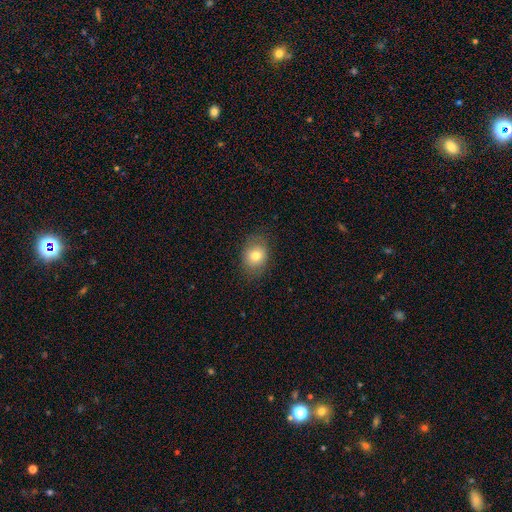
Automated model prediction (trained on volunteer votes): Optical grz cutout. It shows a smooth galaxy with no disk features (77%) that is in between round and cigar-shaped (53%). Merging: none (81%).